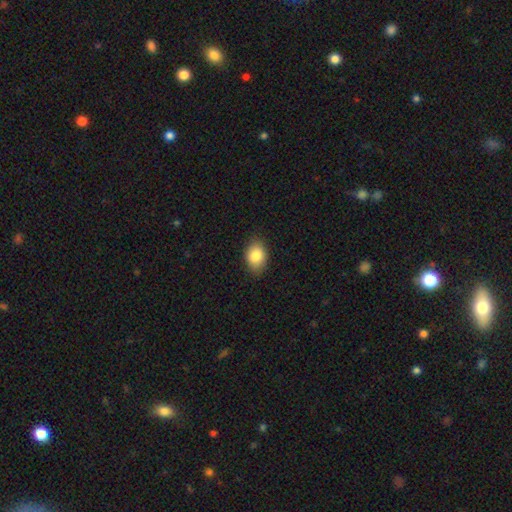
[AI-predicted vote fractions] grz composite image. It shows a smooth galaxy with no disk features (86%) that is in between round and cigar-shaped (80%). Merging: none (85%).